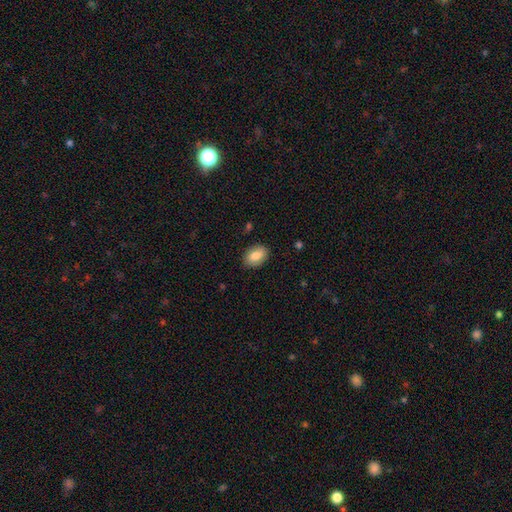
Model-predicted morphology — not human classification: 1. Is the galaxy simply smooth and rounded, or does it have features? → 83% smooth, 10% featured or disk, 7% star or artifact.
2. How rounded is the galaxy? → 83% in between, 16% round, 1% cigar-shaped.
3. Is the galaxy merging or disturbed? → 86% none, 10% minor disturbance, 2% major disturbance, 1% merger.